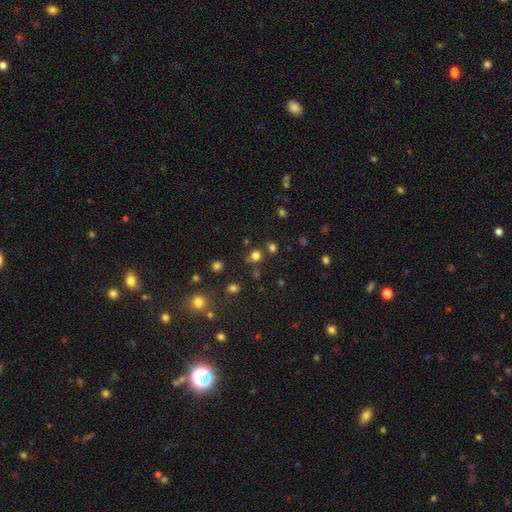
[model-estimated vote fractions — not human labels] smooth_or_featured: smooth (p=0.71) [alt: star or artifact p=0.23]
how_rounded: round (p=0.89) [alt: in between p=0.10]
merging: none (p=0.75) [alt: merger p=0.12]